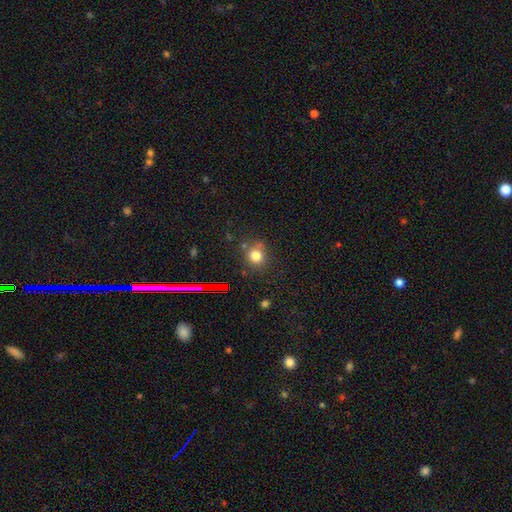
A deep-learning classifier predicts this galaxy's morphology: This is likely a smooth galaxy (77%). How rounded: clearly round (84%). Merging: likely none (71%).